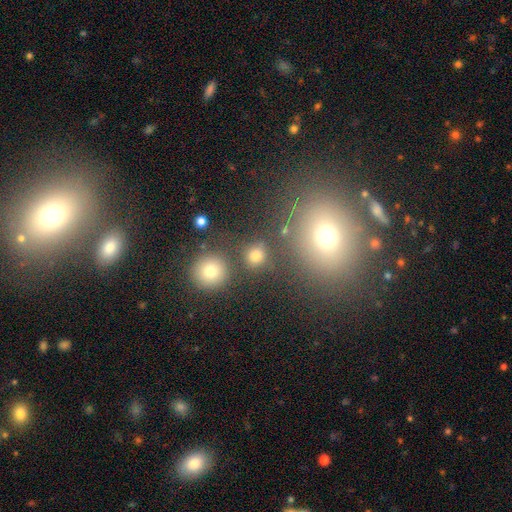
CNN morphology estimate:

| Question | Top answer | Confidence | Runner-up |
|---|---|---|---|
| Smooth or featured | smooth | 76% | star or artifact (17%) |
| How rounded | round | 82% | in between (17%) |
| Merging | none | 79% | merger (9%) |